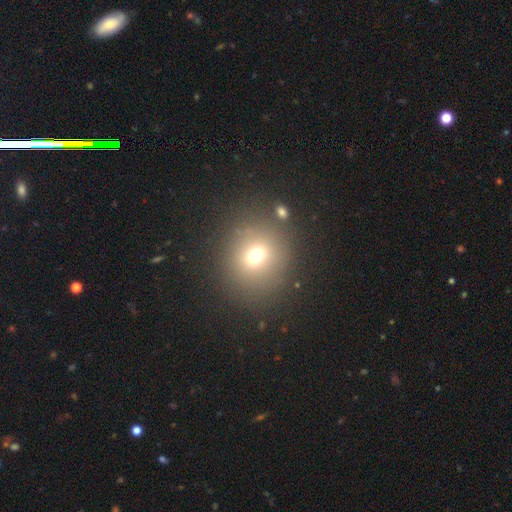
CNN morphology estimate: Q: Smooth or featured?
A: smooth (68%); runner-up: star or artifact (20%)
Q: How rounded?
A: round (83%); runner-up: in between (16%)
Q: Merging?
A: none (80%); runner-up: minor disturbance (9%)